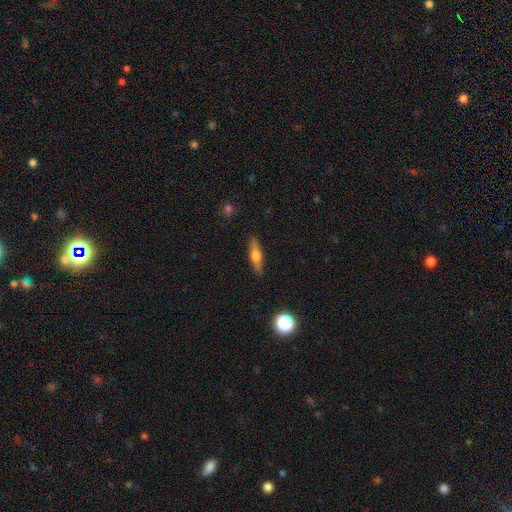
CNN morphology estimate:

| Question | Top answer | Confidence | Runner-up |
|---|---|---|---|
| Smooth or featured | featured or disk | 53% | smooth (40%) |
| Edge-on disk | yes | 95% | no (5%) |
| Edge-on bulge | rounded | 90% | boxy (7%) |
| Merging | none | 88% | minor disturbance (9%) |